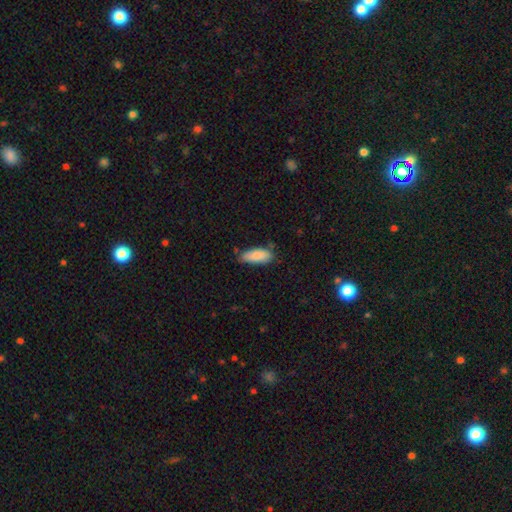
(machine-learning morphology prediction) Smooth or featured? smooth (86%)
How rounded? in between (78%)
Merging? none (70%)